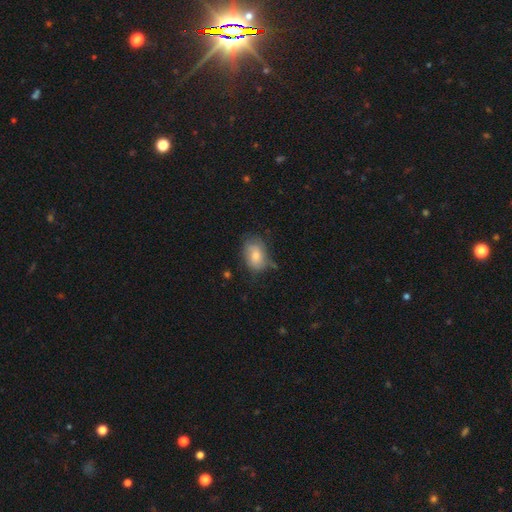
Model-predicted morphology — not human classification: smooth-or-featured: smooth: 69% | featured or disk: 24% | star or artifact: 8%
  how-rounded: in between: 78% | round: 21% | cigar-shaped: 1%
  merging: none: 54% | minor disturbance: 31% | major disturbance: 11% | merger: 3%